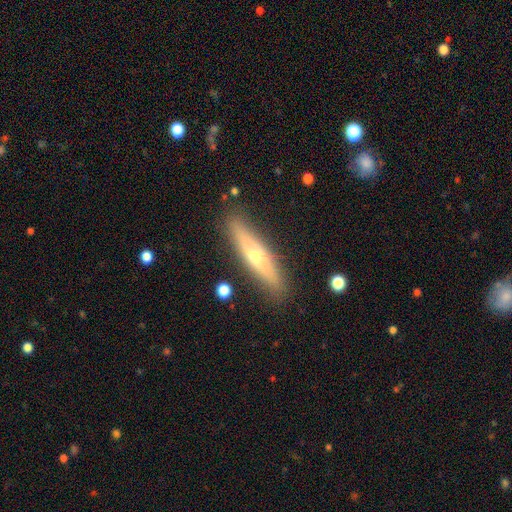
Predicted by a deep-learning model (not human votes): A featured or disk galaxy (55%) viewed edge-on (83%). Merging: none (86%).